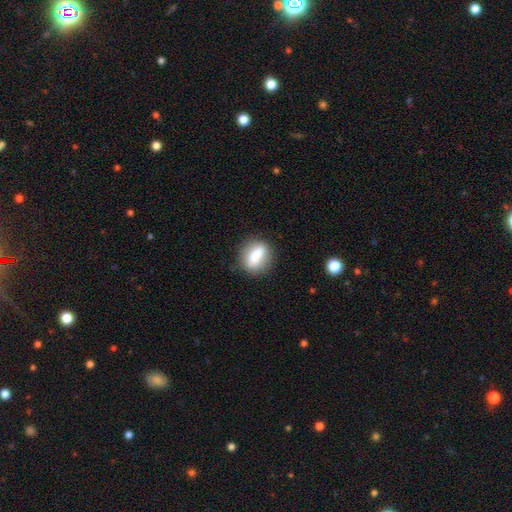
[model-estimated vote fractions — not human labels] smooth_or_featured: smooth (p=0.77) [alt: featured or disk p=0.15]
how_rounded: in between (p=0.57) [alt: round p=0.33]
merging: none (p=0.78) [alt: minor disturbance p=0.14]